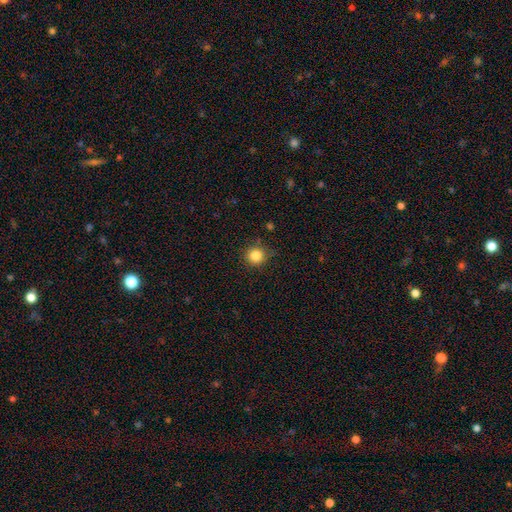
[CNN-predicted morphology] Smooth or featured? Predicted: smooth (p=0.84). How rounded? Predicted: round (p=0.92). Merging? Predicted: none (p=0.84).